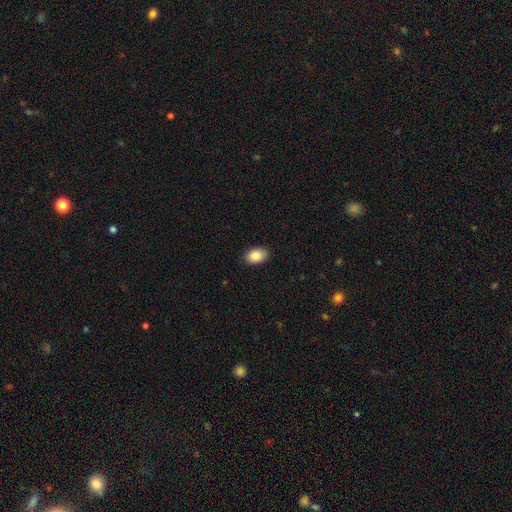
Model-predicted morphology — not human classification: A smooth galaxy with no disk features (88%) that is in between round and cigar-shaped (87%).

Vote fractions:
- Smooth or featured? smooth: 88% / star or artifact: 7% / featured or disk: 5%
- How rounded? in between: 87% / round: 12% / cigar-shaped: 1%
- Merging? none: 88% / minor disturbance: 9% / major disturbance: 2% / merger: 1%